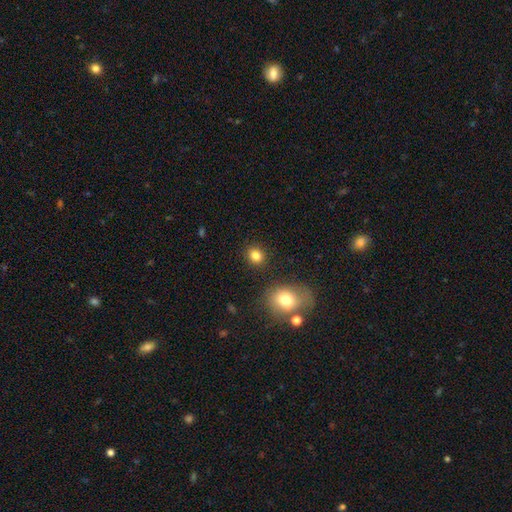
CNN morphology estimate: Smooth or featured?
  - smooth: 83% *
  - star or artifact: 11%
  - featured or disk: 6%
How rounded?
  - round: 74% *
  - in between: 25%
  - cigar-shaped: 1%
Merging?
  - none: 87% *
  - minor disturbance: 7%
  - merger: 4%
  - major disturbance: 3%